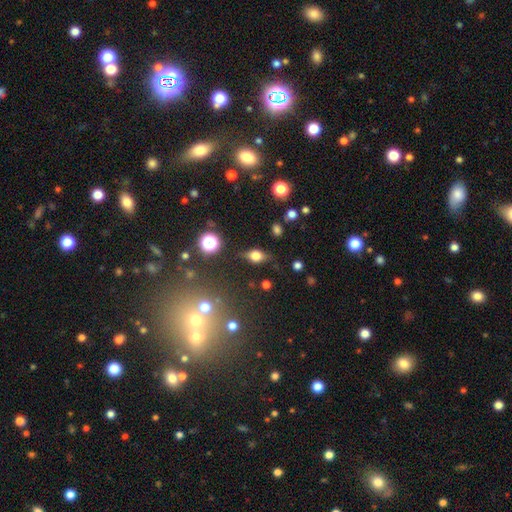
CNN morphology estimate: This is possibly a smooth galaxy (59%). How rounded: likely in between (67%). Merging: likely none (72%).